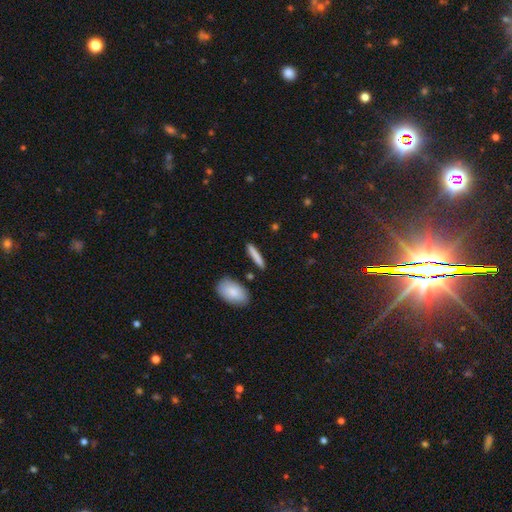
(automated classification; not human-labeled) Overall: smooth (79%). How rounded: cigar-shaped (86%). Merging: none (87%).